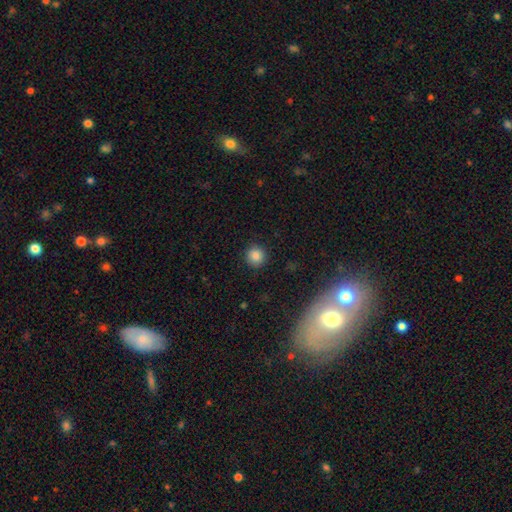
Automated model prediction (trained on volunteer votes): Smooth or featured? smooth (85%)
How rounded? round (92%)
Merging? none (91%)